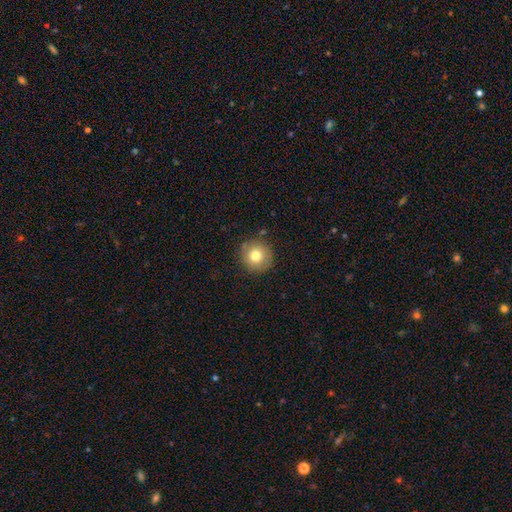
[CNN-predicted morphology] smooth 77%, featured or disk 13%, star or artifact 10%. Down the decision tree: how rounded — round (95%); merging — none (86%).